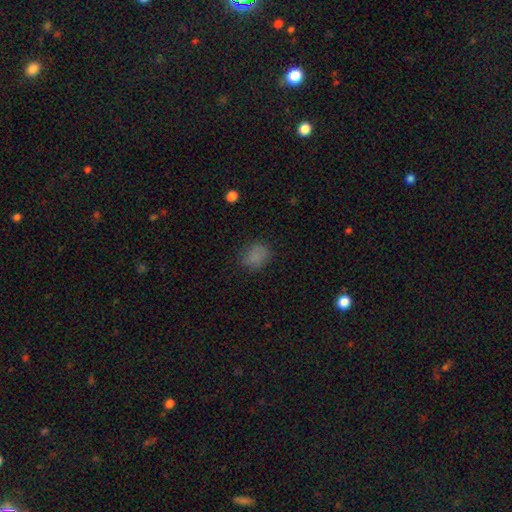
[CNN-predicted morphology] Overall: smooth (80%). How rounded: round (53%; in between 46%). Merging: none (76%).